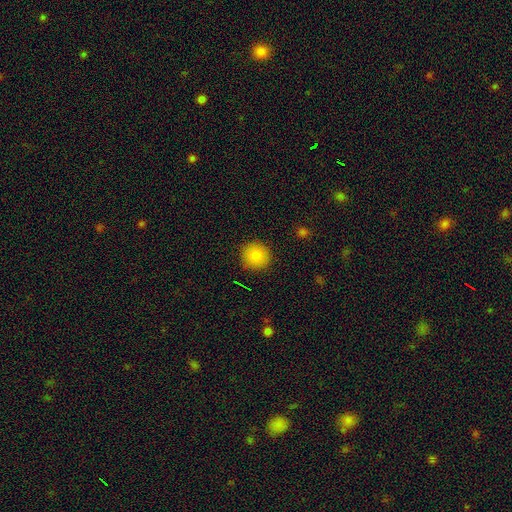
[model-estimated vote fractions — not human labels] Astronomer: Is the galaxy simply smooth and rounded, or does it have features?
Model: smooth — 85%.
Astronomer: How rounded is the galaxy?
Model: round — 93%.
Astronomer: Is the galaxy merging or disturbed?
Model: none — 90%.